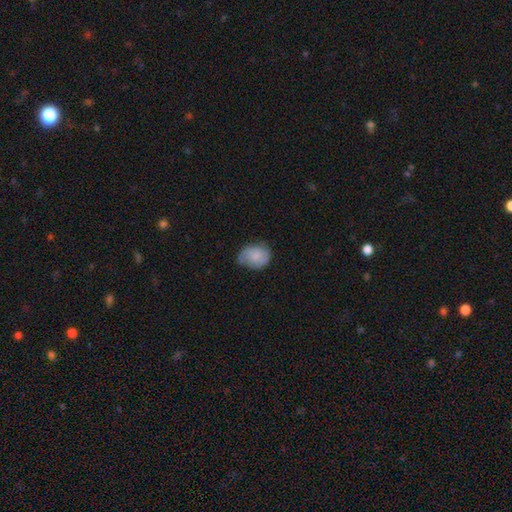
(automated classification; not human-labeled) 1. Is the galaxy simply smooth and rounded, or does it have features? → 62% smooth, 30% featured or disk, 8% star or artifact.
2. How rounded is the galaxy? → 58% in between, 41% round, 1% cigar-shaped.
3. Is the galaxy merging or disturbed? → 58% none, 32% minor disturbance, 9% major disturbance, 2% merger.